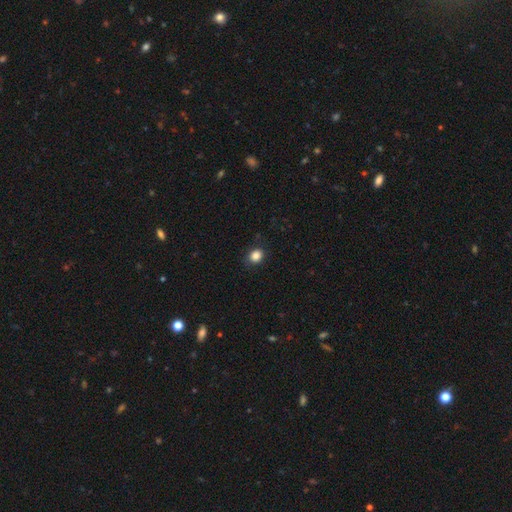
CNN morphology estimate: A smooth galaxy with no disk features (86%) that is round (61%).

Vote fractions:
- Smooth or featured? smooth: 86% / star or artifact: 11% / featured or disk: 4%
- How rounded? round: 61% / in between: 38% / cigar-shaped: 1%
- Merging? none: 87% / minor disturbance: 10% / major disturbance: 3% / merger: 1%